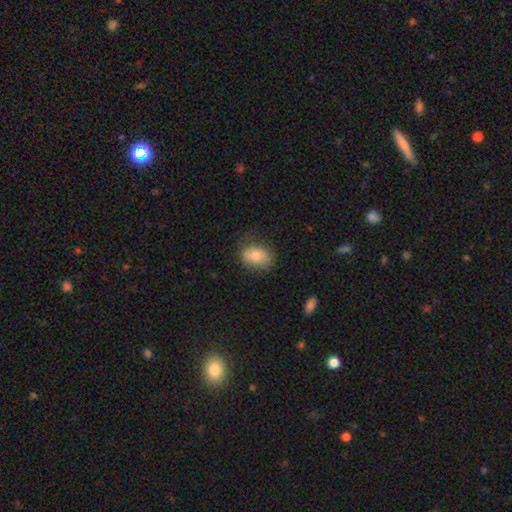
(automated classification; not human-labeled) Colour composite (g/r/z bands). It shows a smooth galaxy with no disk features (74%) that is in between round and cigar-shaped (76%). Merging: none (71%).